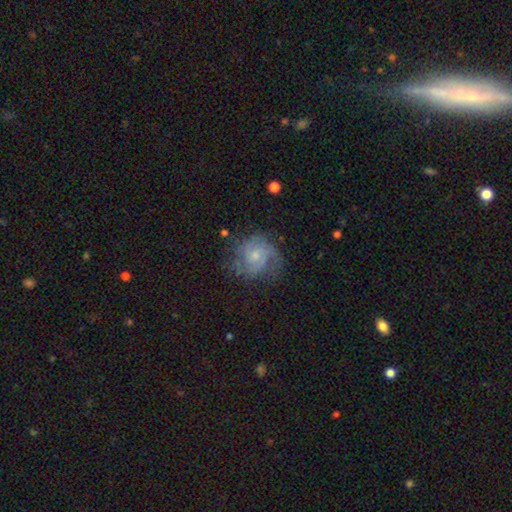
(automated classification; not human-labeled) smooth-or-featured: featured or disk: 68% | smooth: 24% | star or artifact: 8%
  disk-edge-on: no: 98% | yes: 2%
    bar: no: 72% | weak: 25% | strong: 3%
    has-spiral-arms: yes: 87% | no: 13%
      spiral-winding: medium: 43% | tight: 39% | loose: 18%
      spiral-arm-count: 2: 31% (tied) | can't tell: 31% (tied) | 3: 20% | 1: 8% | 4: 6% | more than 4: 4%
    bulge-size: small: 60% | moderate: 31% | none: 5% | large: 2% | dominant: 1%
  merging: none: 57% | minor disturbance: 24% | major disturbance: 17% | merger: 2%